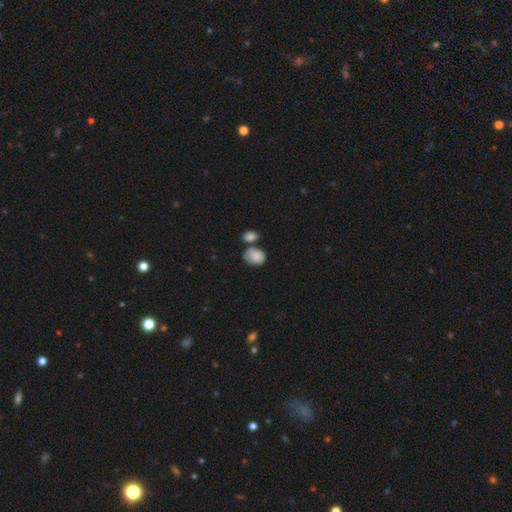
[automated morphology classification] A smooth galaxy with no disk features (82%) that is in between round and cigar-shaped (66%).

Vote fractions:
- Smooth or featured? smooth: 82% / featured or disk: 10% / star or artifact: 8%
- How rounded? in between: 66% / round: 33% / cigar-shaped: 1%
- Merging? merger: 40% / none: 31% / minor disturbance: 19% / major disturbance: 9%